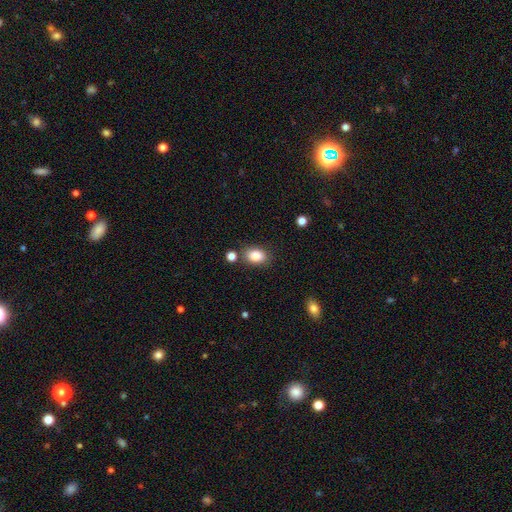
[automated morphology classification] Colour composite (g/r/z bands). It shows a smooth galaxy with no disk features (87%) that is in between round and cigar-shaped (76%). Merging: none (76%).